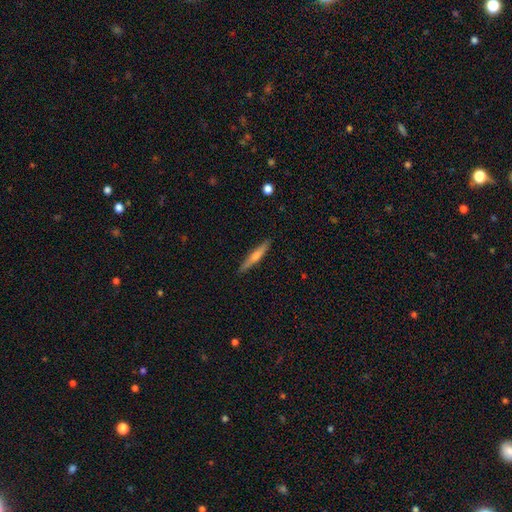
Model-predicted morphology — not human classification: smooth_or_featured: featured or disk (p=0.52) [alt: smooth p=0.42]
disk_edge_on: yes (p=0.96) [alt: no p=0.04]
edge_on_bulge: rounded (p=0.74) [alt: none p=0.19]
merging: none (p=0.90) [alt: minor disturbance p=0.08]